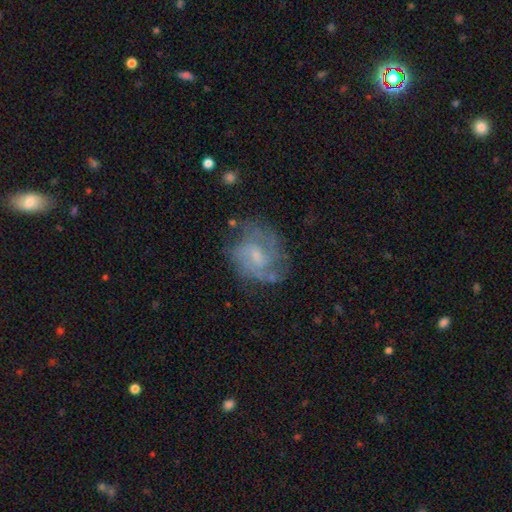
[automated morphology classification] The model was most divided on "spiral arm count": 2: 36%, can't tell: 31%, 3: 19%, 4: 6%, 1: 5%, more than 4: 3%. Remaining: edge-on disk — no (97%); spiral arms — yes (84%); smooth or featured — featured or disk (71%); merging — none (64%); bulge size — small (53%); bar — weak (48%); spiral winding — medium (46%).